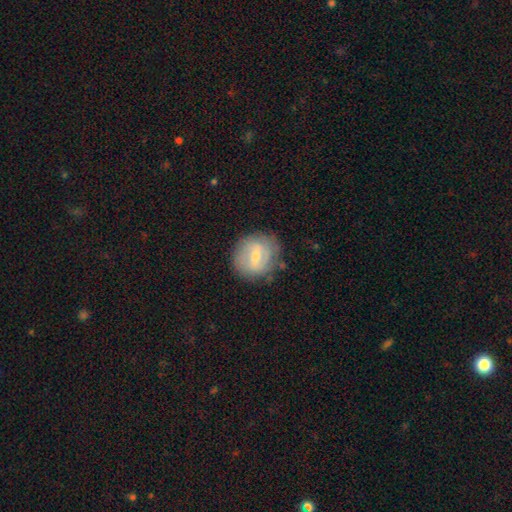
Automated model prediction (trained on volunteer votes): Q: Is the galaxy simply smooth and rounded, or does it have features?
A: featured or disk — 52%.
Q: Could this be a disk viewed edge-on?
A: no — 96%.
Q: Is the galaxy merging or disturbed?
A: none — 78%.